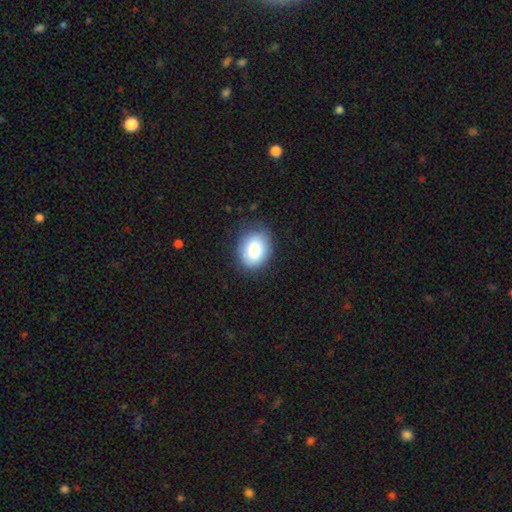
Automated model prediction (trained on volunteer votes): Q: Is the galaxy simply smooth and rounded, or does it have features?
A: smooth — 83%.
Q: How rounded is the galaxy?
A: in between — 55%.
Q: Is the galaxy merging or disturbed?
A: none — 80%.